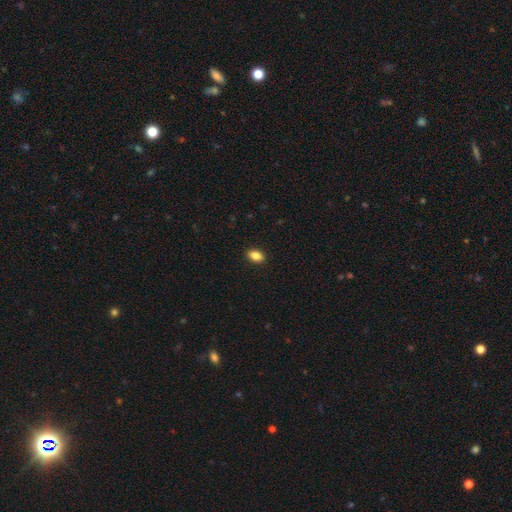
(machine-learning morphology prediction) A smooth galaxy with no disk features (87%) that is in between round and cigar-shaped (87%). Merging: none (90%).